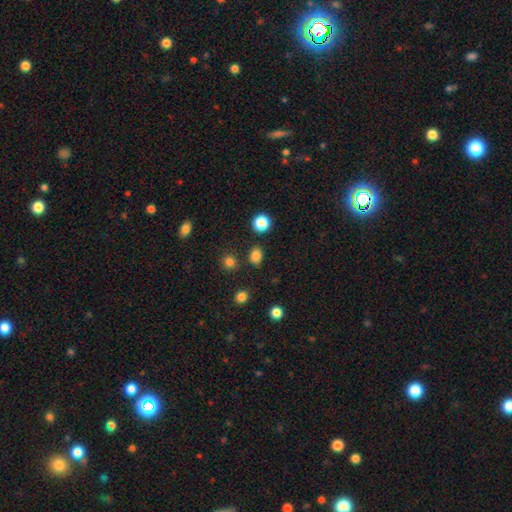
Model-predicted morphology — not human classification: Smooth or featured?
  - smooth: 82% *
  - star or artifact: 14%
  - featured or disk: 4%
How rounded?
  - in between: 50% *
  - round: 49%
  - cigar-shaped: 1%
Merging?
  - none: 84% *
  - minor disturbance: 9%
  - merger: 4%
  - major disturbance: 3%